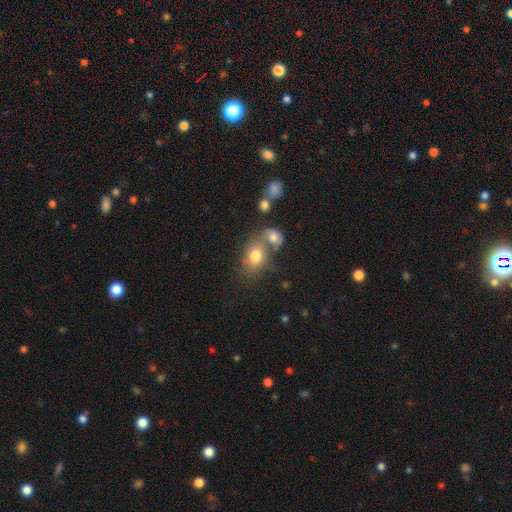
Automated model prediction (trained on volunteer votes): The model was most divided on "merging": merger: 42%, none: 40%, minor disturbance: 12%, major disturbance: 6%. More confident: smooth or featured — smooth (77%); how rounded — in between (61%).